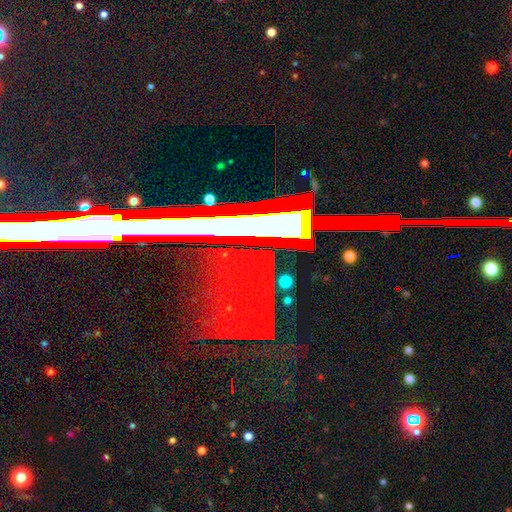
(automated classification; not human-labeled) A star or artifact, not a galaxy (63%).